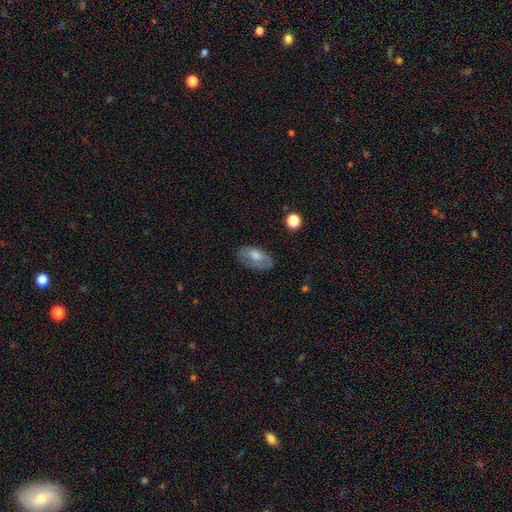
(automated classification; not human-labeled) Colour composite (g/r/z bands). It shows a smooth galaxy with no disk features (64%) that is in between round and cigar-shaped (91%). Merging: none (77%).